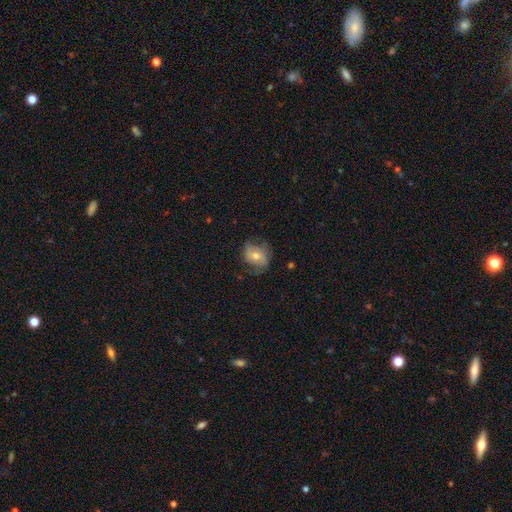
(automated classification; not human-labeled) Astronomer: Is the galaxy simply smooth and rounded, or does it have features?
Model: featured or disk — 48% (runner-up: smooth, 43%).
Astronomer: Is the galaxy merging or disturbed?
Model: none — 66%.